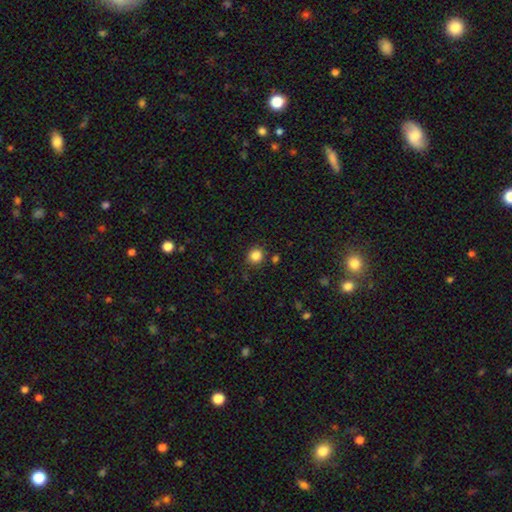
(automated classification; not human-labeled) A smooth galaxy with no disk features (85%) that is round (87%).

Vote fractions:
- Smooth or featured? smooth: 85% / star or artifact: 11% / featured or disk: 4%
- How rounded? round: 87% / in between: 13% / cigar-shaped: 1%
- Merging? none: 86% / minor disturbance: 8% / merger: 4% / major disturbance: 3%